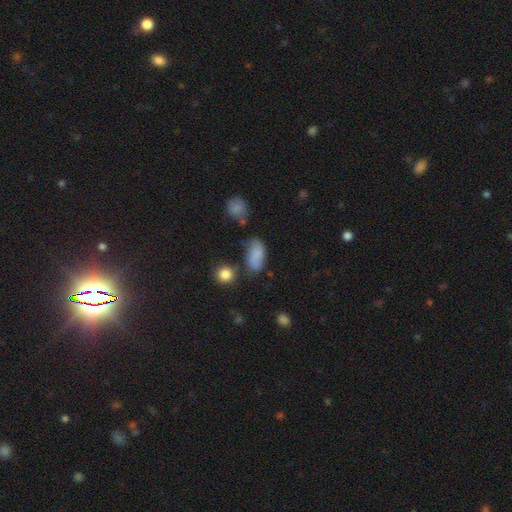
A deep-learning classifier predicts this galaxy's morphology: This appears to be a smooth galaxy with no disk features (78%) that is in between round and cigar-shaped (89%). Merging: none (53%).